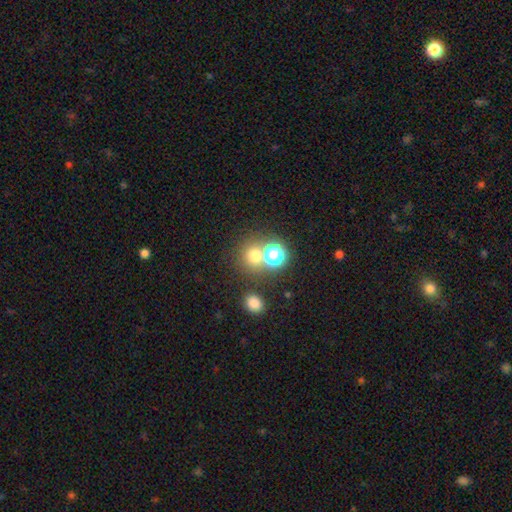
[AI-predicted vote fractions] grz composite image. It shows a smooth galaxy with no disk features (67%) that is round (85%). Merging: none (64%).